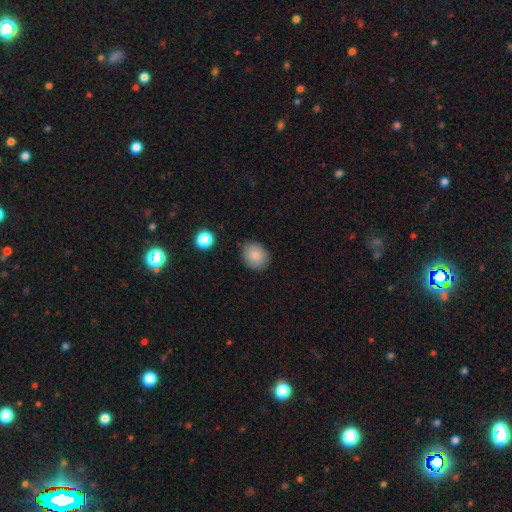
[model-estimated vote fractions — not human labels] Smooth or featured?
  - smooth: 86% *
  - star or artifact: 8%
  - featured or disk: 6%
How rounded?
  - round: 54% *
  - in between: 45%
  - cigar-shaped: 1%
Merging?
  - none: 86% *
  - minor disturbance: 10%
  - major disturbance: 2%
  - merger: 2%